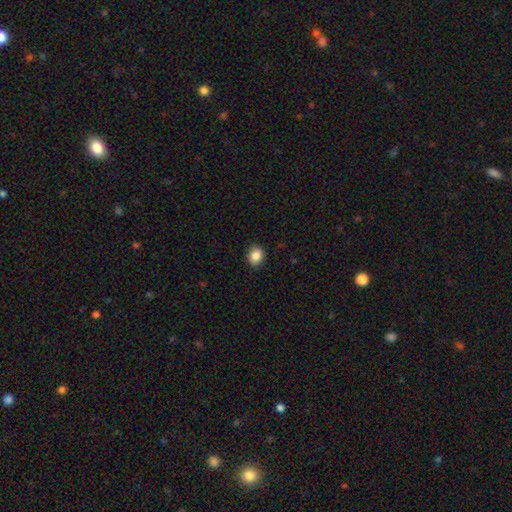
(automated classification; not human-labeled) smooth_or_featured: smooth (p=0.87) [alt: star or artifact p=0.09]
how_rounded: round (p=0.56) [alt: in between p=0.43]
merging: none (p=0.89) [alt: minor disturbance p=0.08]